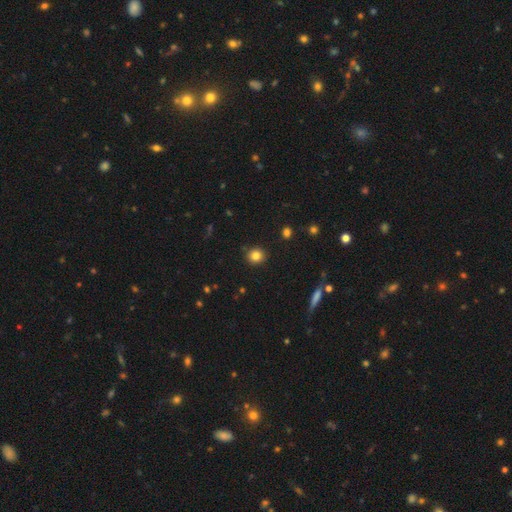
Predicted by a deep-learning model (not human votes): smooth_or_featured: smooth (p=0.83) [alt: star or artifact p=0.12]
how_rounded: round (p=0.90) [alt: in between p=0.09]
merging: none (p=0.89) [alt: minor disturbance p=0.07]